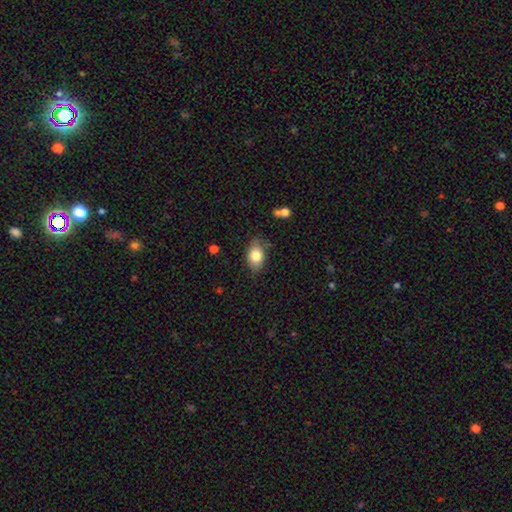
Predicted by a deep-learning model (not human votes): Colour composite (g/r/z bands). It shows a smooth galaxy with no disk features (82%) that is in between round and cigar-shaped (84%). Merging: none (77%).